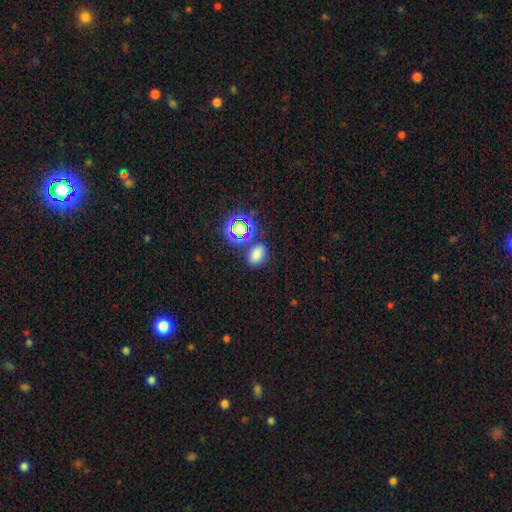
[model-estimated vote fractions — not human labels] Q: Smooth or featured?
A: smooth (69%); runner-up: star or artifact (24%)
Q: How rounded?
A: in between (73%); runner-up: round (26%)
Q: Merging?
A: none (74%); runner-up: minor disturbance (12%)